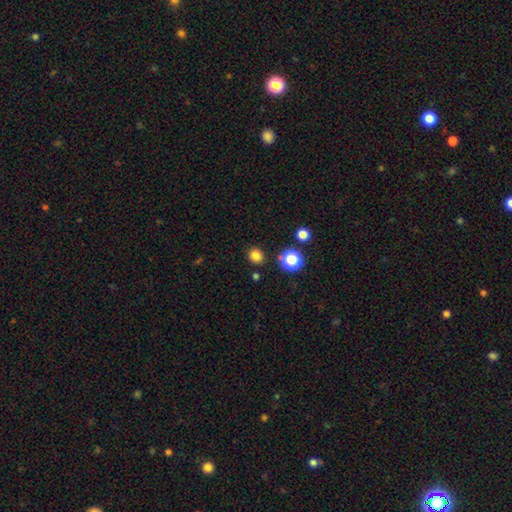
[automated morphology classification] Smooth or featured?
  - smooth: 81% *
  - star or artifact: 15%
  - featured or disk: 4%
How rounded?
  - round: 85% *
  - in between: 14%
  - cigar-shaped: 1%
Merging?
  - none: 88% *
  - minor disturbance: 7%
  - merger: 3%
  - major disturbance: 2%